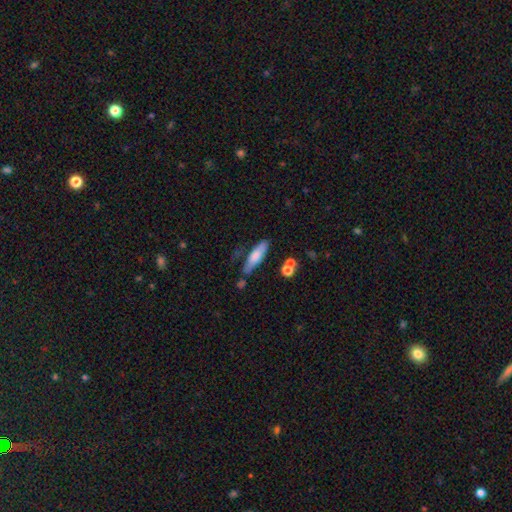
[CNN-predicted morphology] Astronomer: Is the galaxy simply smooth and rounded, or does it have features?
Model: smooth — 69%.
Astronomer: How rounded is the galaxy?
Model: cigar-shaped — 61% (runner-up: in between, 37%).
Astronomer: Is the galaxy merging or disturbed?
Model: none — 60%.